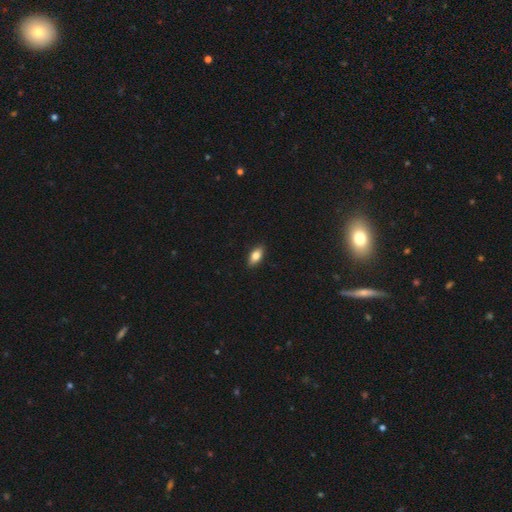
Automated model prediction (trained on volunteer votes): Smooth or featured: smooth — 81% (featured or disk — 12%)
How rounded: in between — 88% (cigar-shaped — 9%)
Merging: none — 90% (minor disturbance — 8%)